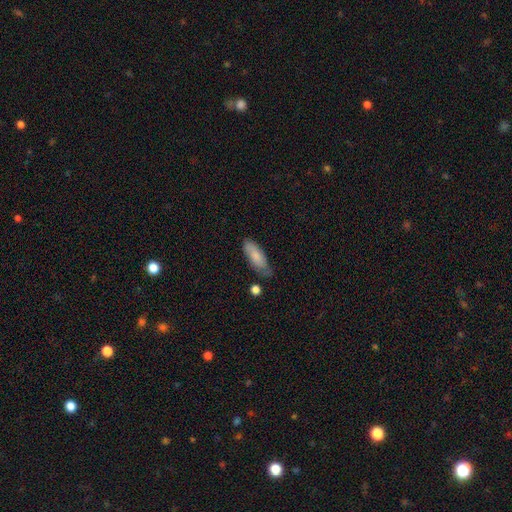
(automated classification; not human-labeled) Smooth or featured? smooth (80%)
How rounded? in between (69%)
Merging? none (62%)